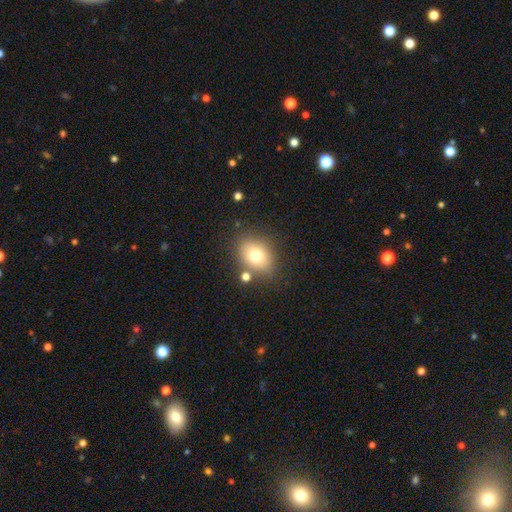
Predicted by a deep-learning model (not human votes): Morphology: type=smooth (75%); roundness=in between (59%); merging=none (76%).